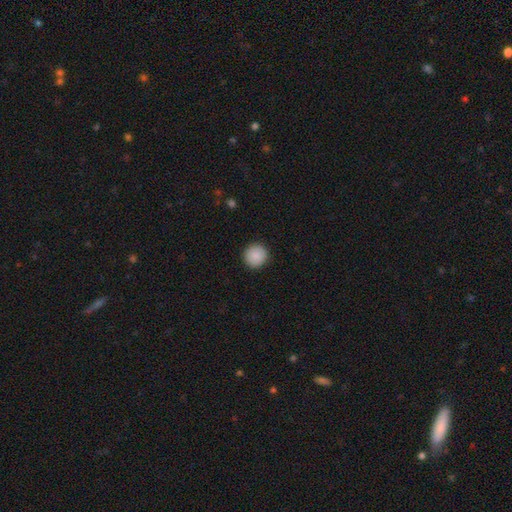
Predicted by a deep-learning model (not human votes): smooth-or-featured: smooth: 89% | star or artifact: 7% | featured or disk: 4%
  how-rounded: round: 95% | in between: 4% | cigar-shaped: 1%
  merging: none: 93% | minor disturbance: 5% | major disturbance: 2% | merger: 1%